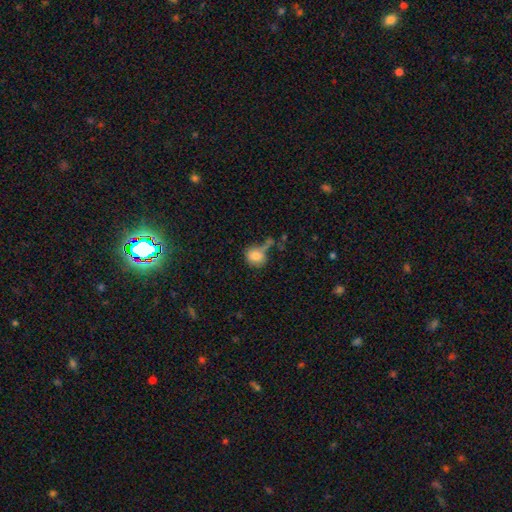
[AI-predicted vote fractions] A smooth galaxy with no disk features (81%) that is round (60%). Merging: none (38%).